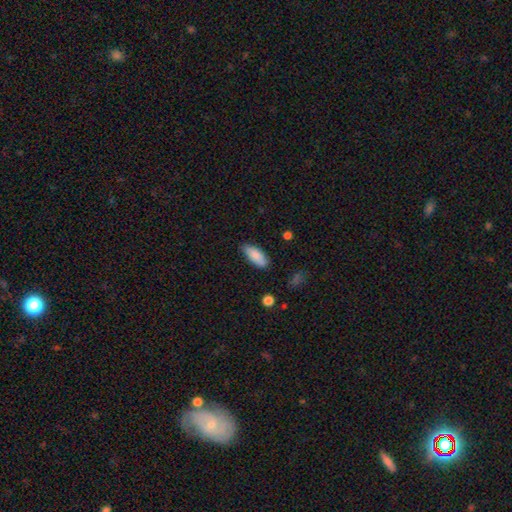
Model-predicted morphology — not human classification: smooth-or-featured: smooth: 85% | featured or disk: 9% | star or artifact: 6%
  how-rounded: in between: 82% | cigar-shaped: 16% | round: 2%
  merging: none: 79% | minor disturbance: 17% | major disturbance: 3% | merger: 2%